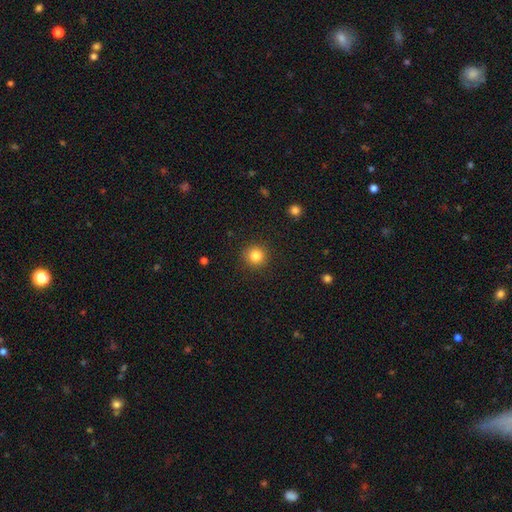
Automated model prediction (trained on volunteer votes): smooth-or-featured: smooth: 84% | star or artifact: 11% | featured or disk: 5%
  how-rounded: round: 93% | in between: 6% | cigar-shaped: 1%
  merging: none: 90% | minor disturbance: 6% | major disturbance: 2% | merger: 1%